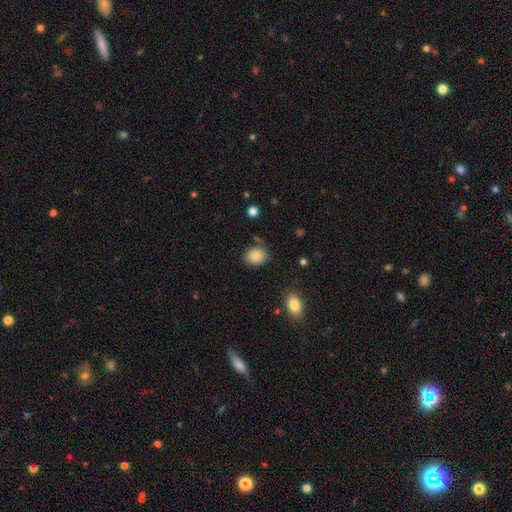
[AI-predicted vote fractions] Smooth or featured? smooth (81%)
How rounded? round (51%)
Merging? none (76%)